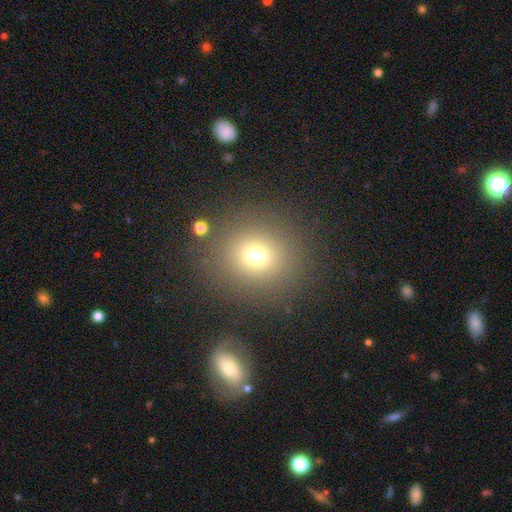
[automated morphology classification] smooth 71%, star or artifact 18%, featured or disk 11%. Down the decision tree: how rounded — round (87%); merging — none (84%).